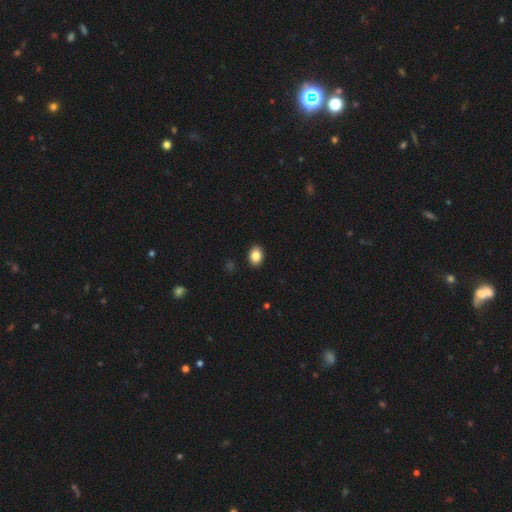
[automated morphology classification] smooth-or-featured: smooth: 85% | star or artifact: 9% | featured or disk: 6%
  how-rounded: in between: 75% | round: 24% | cigar-shaped: 1%
  merging: none: 90% | minor disturbance: 7% | major disturbance: 2% | merger: 1%